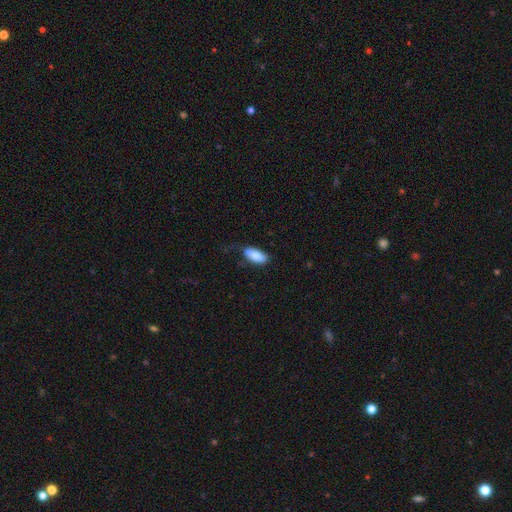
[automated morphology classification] A smooth galaxy with no disk features (80%) that is in between round and cigar-shaped (89%).

Vote fractions:
- Smooth or featured? smooth: 80% / featured or disk: 13% / star or artifact: 7%
- How rounded? in between: 89% / cigar-shaped: 9% / round: 2%
- Merging? none: 48% / minor disturbance: 33% / major disturbance: 14% / merger: 5%